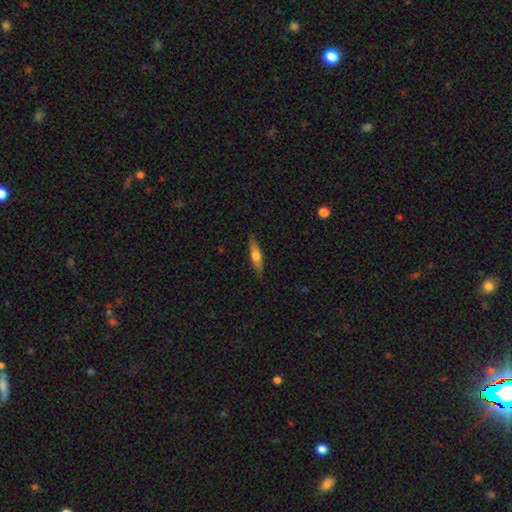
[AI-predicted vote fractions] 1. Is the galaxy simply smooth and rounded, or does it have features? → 56% smooth, 38% featured or disk, 6% star or artifact.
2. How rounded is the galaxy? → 76% cigar-shaped, 22% in between, 2% round.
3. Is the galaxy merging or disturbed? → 87% none, 10% minor disturbance, 2% major disturbance, 1% merger.